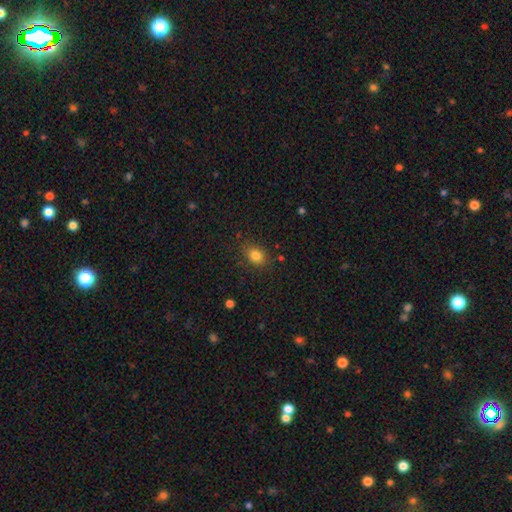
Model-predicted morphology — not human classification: smooth 81%, star or artifact 11%, featured or disk 7%. Down the decision tree: how rounded — in between (62%); merging — none (82%).